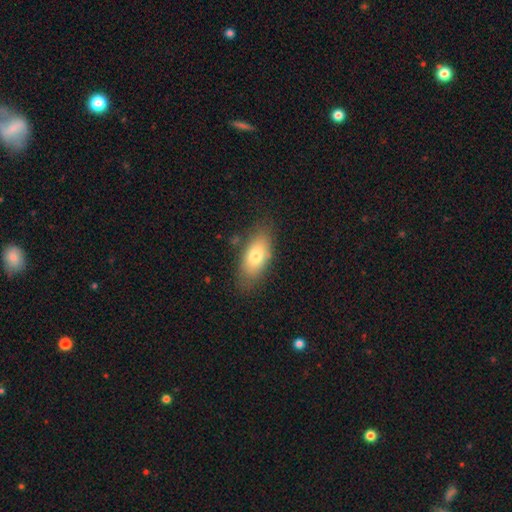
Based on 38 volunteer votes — This is likely a smooth galaxy (68%). How rounded: likely in between (69%). Merging: likely none (78%).